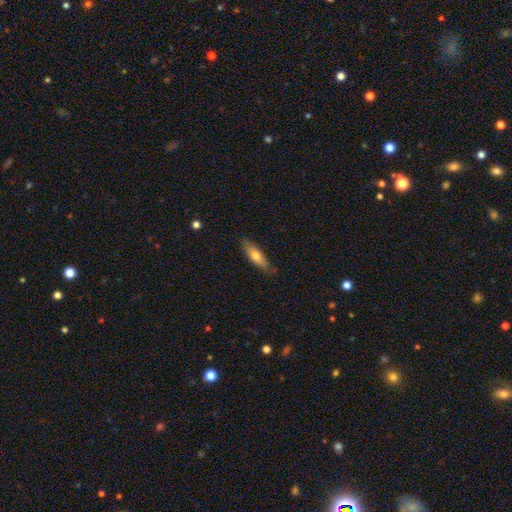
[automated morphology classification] Overall: smooth (65%; featured or disk 29%). How rounded: cigar-shaped (55%; in between 43%). Merging: none (78%).